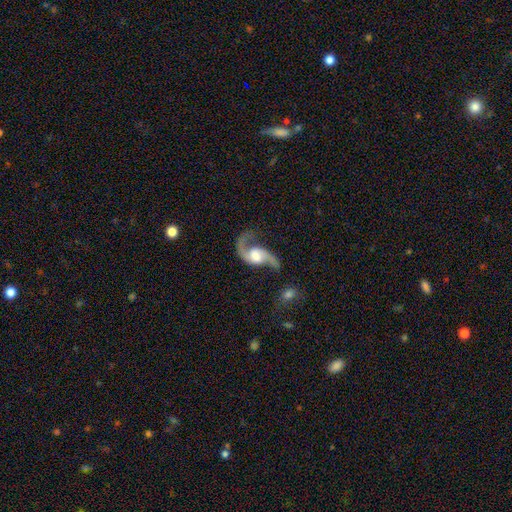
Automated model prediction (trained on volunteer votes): Smooth or featured?
  - featured or disk: 90% *
  - smooth: 6%
  - star or artifact: 5%
Edge-on disk?
  - no: 97% *
  - yes: 3%
Bar?
  - no: 52% *
  - weak: 37%
  - strong: 11%
Spiral arms?
  - yes: 97% *
  - no: 3%
Spiral winding?
  - loose: 71% *
  - medium: 24%
  - tight: 4%
Spiral arm count?
  - 2: 91% *
  - 1: 4%
  - can't tell: 1%
  - 3: 1%
  - 4: 1%
  - more than 4: 1%
Bulge size?
  - large: 40% *
  - moderate: 39%
  - small: 10%
  - none: 6%
  - dominant: 4%
Merging?
  - none: 61% *
  - minor disturbance: 17%
  - major disturbance: 16%
  - merger: 6%